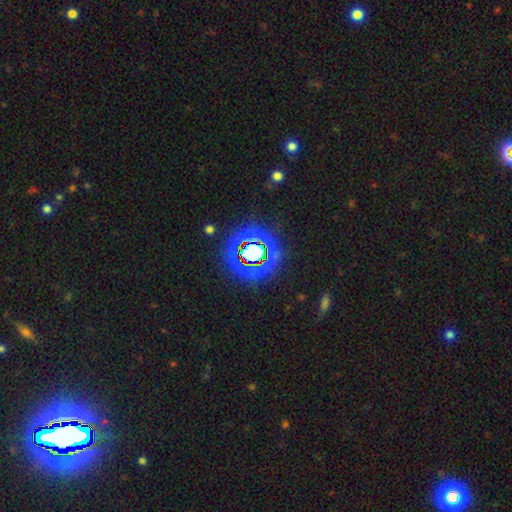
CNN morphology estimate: The model was most divided on "smooth or featured": star or artifact: 78%, smooth: 13%, featured or disk: 9%.